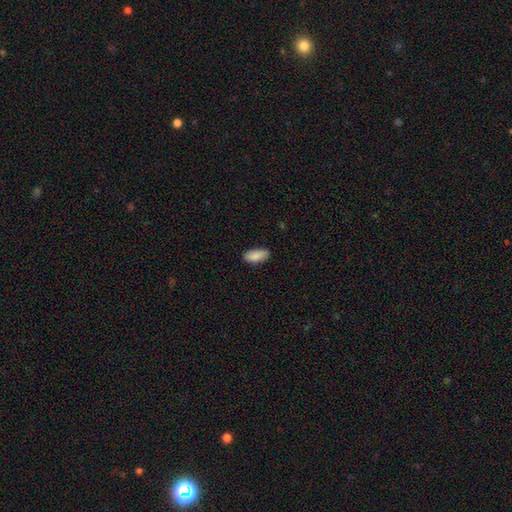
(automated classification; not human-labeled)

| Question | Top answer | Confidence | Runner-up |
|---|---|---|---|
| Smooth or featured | smooth | 88% | star or artifact (6%) |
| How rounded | in between | 89% | cigar-shaped (9%) |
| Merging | none | 85% | minor disturbance (12%) |